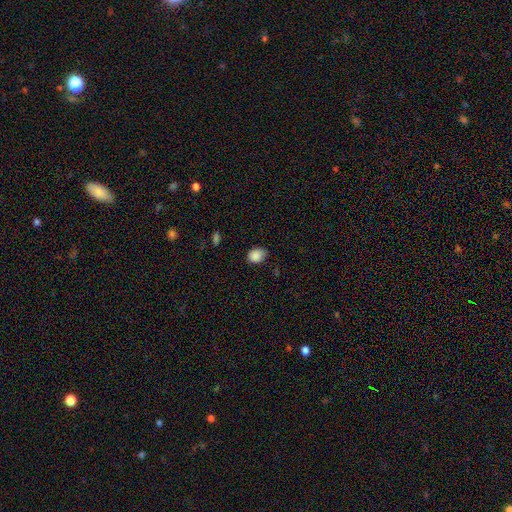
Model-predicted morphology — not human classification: A smooth galaxy with no disk features (88%) that is in between round and cigar-shaped (56%). Merging: none (77%).